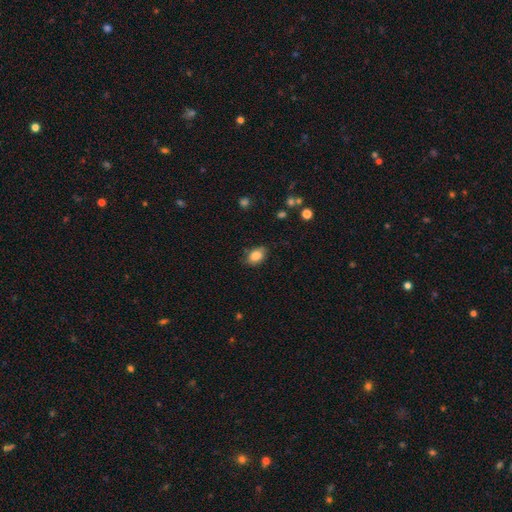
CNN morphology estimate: smooth 84%, star or artifact 8%, featured or disk 7%. Down the decision tree: how rounded — in between (82%); merging — none (74%).